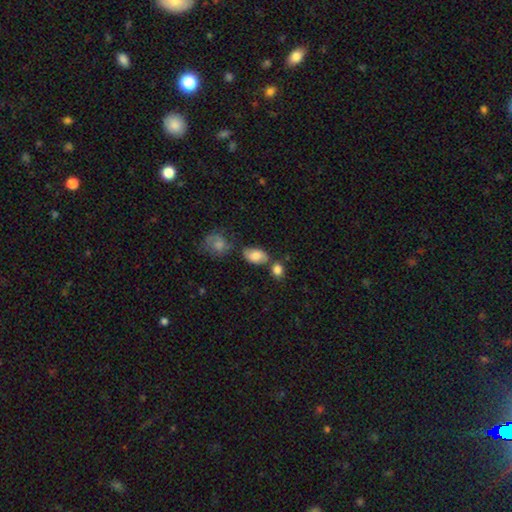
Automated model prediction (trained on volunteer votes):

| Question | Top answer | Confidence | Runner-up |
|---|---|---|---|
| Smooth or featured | smooth | 76% | featured or disk (15%) |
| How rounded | in between | 88% | round (10%) |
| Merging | none | 57% | minor disturbance (20%) |